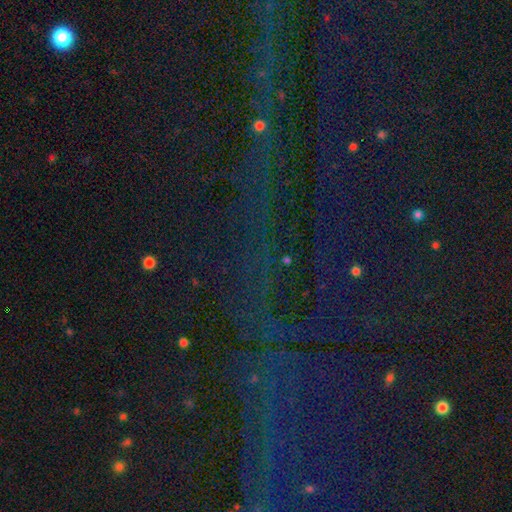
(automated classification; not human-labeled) A star or artifact, not a galaxy (80%).

Vote fractions:
- Smooth or featured? star or artifact: 80% / smooth: 11% / featured or disk: 9%